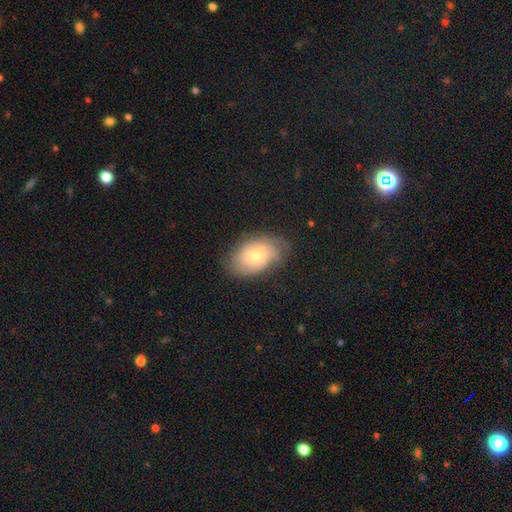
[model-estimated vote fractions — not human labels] Morphology: type=smooth (57%); roundness=in between (83%); merging=none (59%).